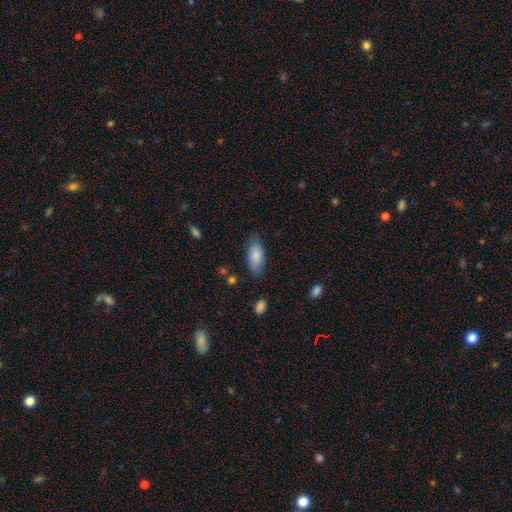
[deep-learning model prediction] A smooth galaxy with no disk features (84%) that is in between round and cigar-shaped (89%). Merging: none (80%).